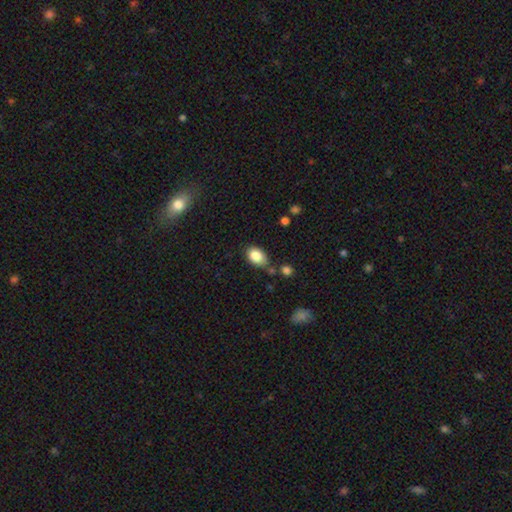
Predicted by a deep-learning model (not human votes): Smooth or featured: smooth — 85% (star or artifact — 8%)
How rounded: in between — 85% (round — 14%)
Merging: none — 68% (minor disturbance — 20%)